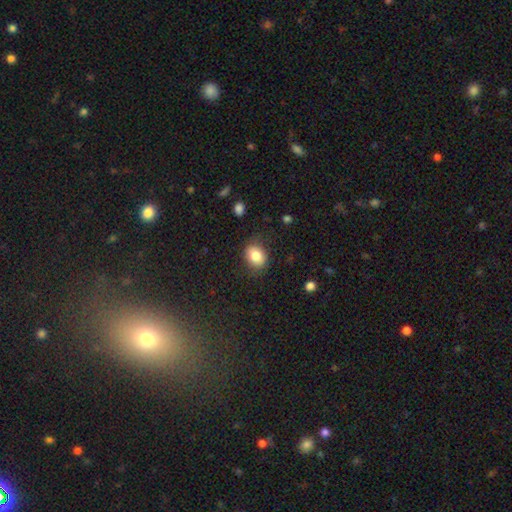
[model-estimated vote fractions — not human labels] smooth_or_featured: smooth (p=0.82) [alt: star or artifact p=0.09]
how_rounded: in between (p=0.56) [alt: round p=0.43]
merging: none (p=0.79) [alt: minor disturbance p=0.15]